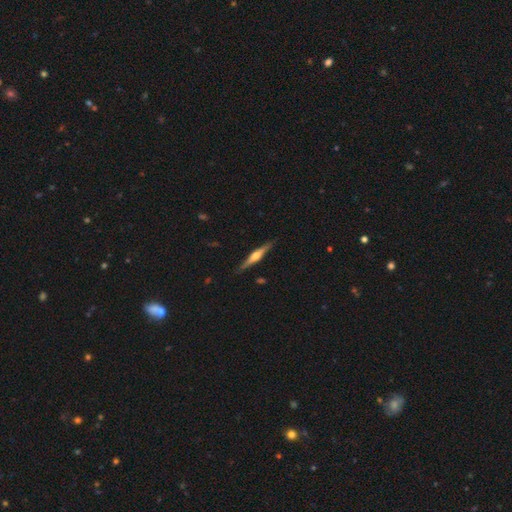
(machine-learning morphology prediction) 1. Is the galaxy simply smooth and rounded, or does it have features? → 72% featured or disk, 22% smooth, 5% star or artifact.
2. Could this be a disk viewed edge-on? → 98% yes, 2% no.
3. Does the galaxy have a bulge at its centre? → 89% rounded, 8% boxy, 4% none.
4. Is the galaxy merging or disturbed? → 88% none, 9% minor disturbance, 2% major disturbance, 1% merger.